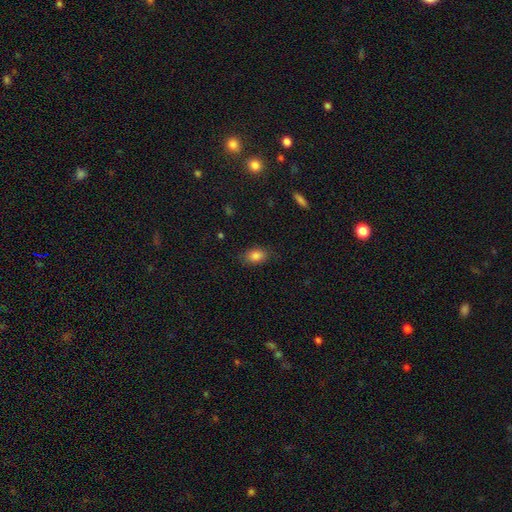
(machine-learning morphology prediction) The model was most divided on "merging": none: 79%, minor disturbance: 16%, major disturbance: 4%, merger: 1%. More confident: smooth or featured — smooth (85%); how rounded — in between (82%).